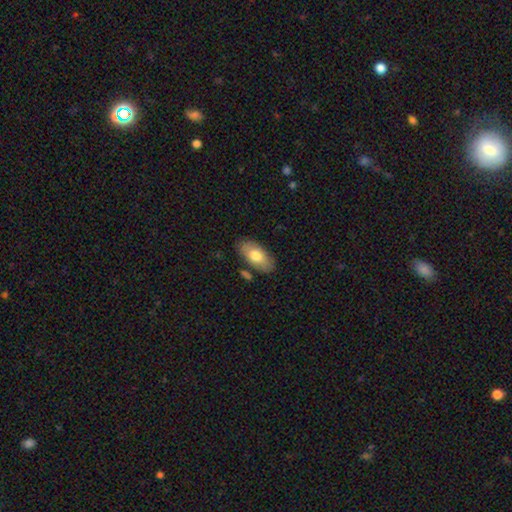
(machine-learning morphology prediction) Smooth or featured: smooth — 74% (featured or disk — 20%)
How rounded: in between — 92% (cigar-shaped — 5%)
Merging: none — 81% (minor disturbance — 12%)